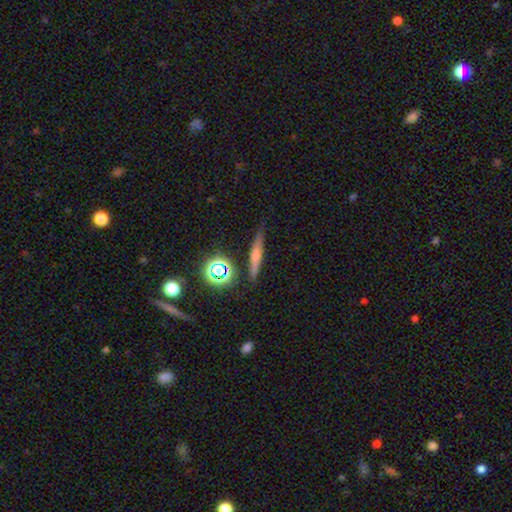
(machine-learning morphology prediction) smooth-or-featured: featured or disk: 47% | smooth: 38% | star or artifact: 15%
  merging: none: 86% | minor disturbance: 9% | major disturbance: 2% | merger: 2%